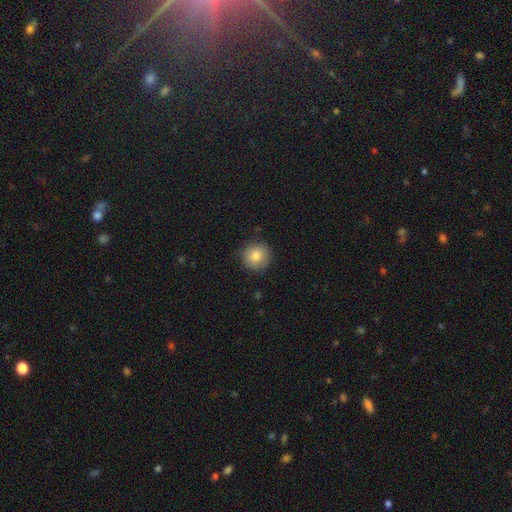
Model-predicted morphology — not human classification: Smooth or featured? smooth (82%)
How rounded? round (93%)
Merging? none (87%)